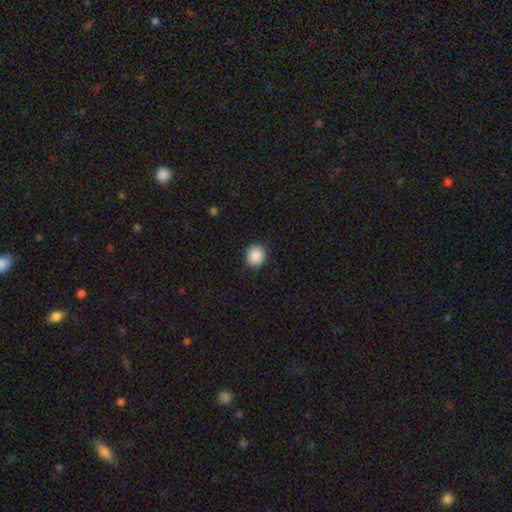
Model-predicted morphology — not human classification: This is clearly a smooth galaxy (89%). How rounded: clearly round (83%). Merging: clearly none (91%).